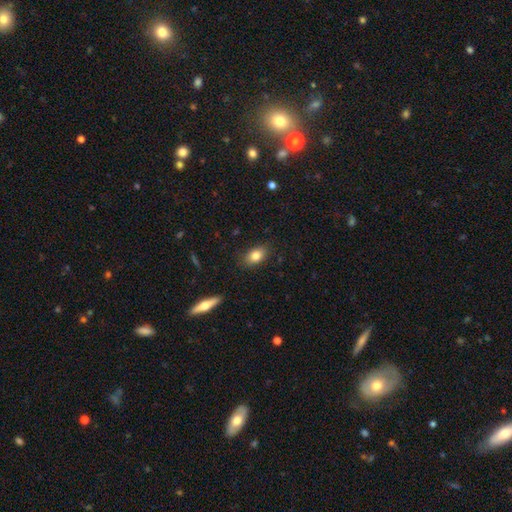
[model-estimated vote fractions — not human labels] Smooth or featured?
  - smooth: 81% *
  - featured or disk: 10%
  - star or artifact: 8%
How rounded?
  - in between: 82% *
  - round: 15%
  - cigar-shaped: 3%
Merging?
  - none: 84% *
  - minor disturbance: 13%
  - major disturbance: 3%
  - merger: 1%